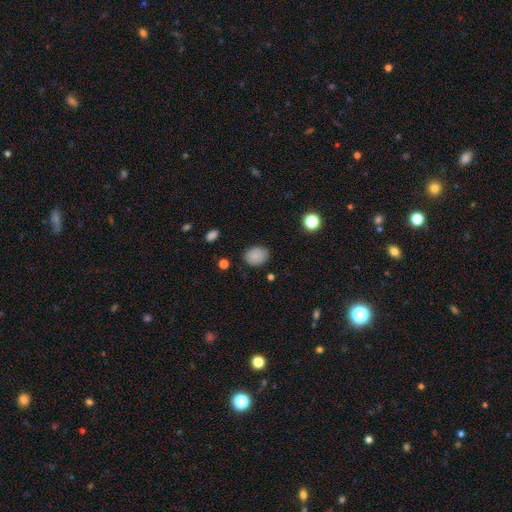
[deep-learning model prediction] Smooth or featured? Predicted: smooth (p=0.86). How rounded? Predicted: in between (p=0.59). Merging? Predicted: none (p=0.83).